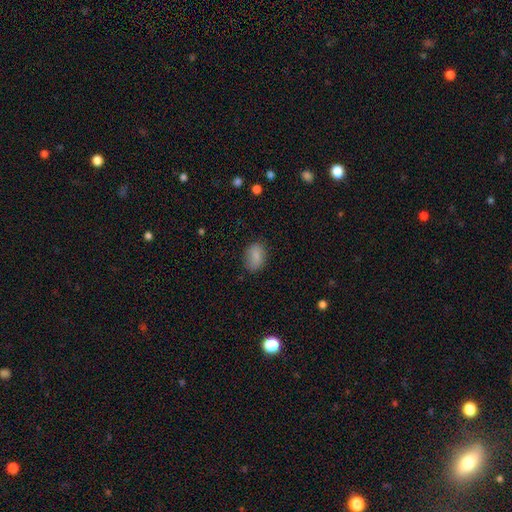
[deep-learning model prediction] This is clearly a smooth galaxy (83%). How rounded: clearly in between (81%). Merging: likely none (76%).